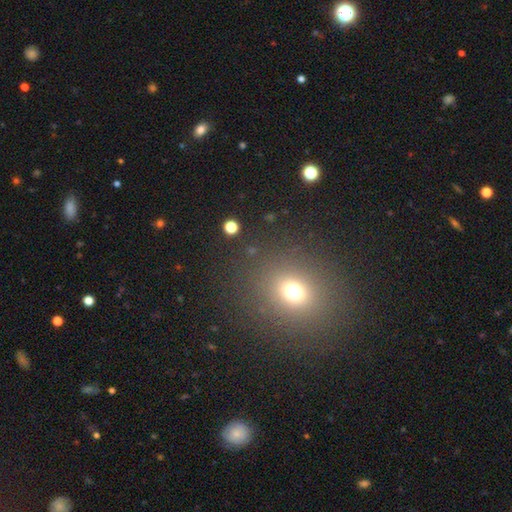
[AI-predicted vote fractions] Morphology: type=smooth (58%); roundness=round (70%); merging=none (89%).